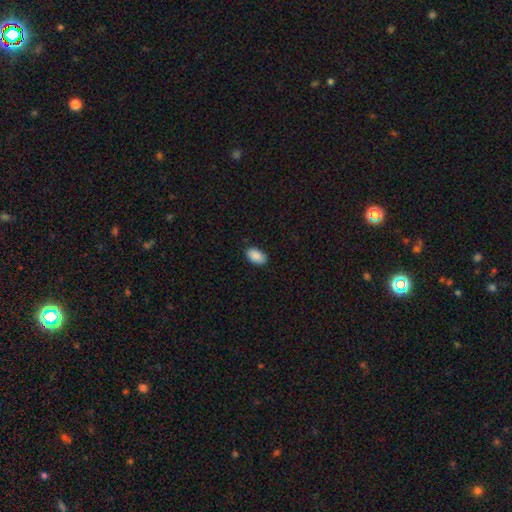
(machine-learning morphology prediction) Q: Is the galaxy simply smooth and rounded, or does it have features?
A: smooth — 89%.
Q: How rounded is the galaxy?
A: in between — 93%.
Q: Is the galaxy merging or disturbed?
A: none — 87%.